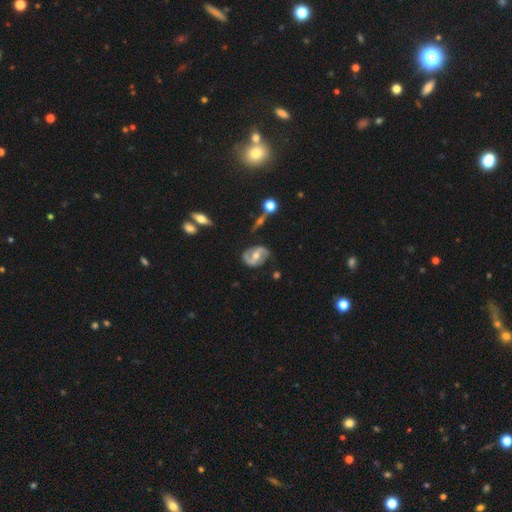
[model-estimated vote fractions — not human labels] A featured or disk galaxy (83%) with a weak bar (41%), 2 (90%) medium (44%) spiral arms (90%) and a moderate central bulge (69%). Merging: none (76%).